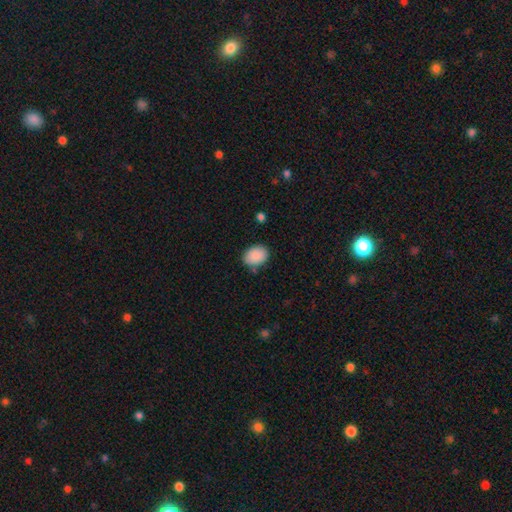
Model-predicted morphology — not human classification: This appears to be a smooth galaxy with no disk features (89%) that is in between round and cigar-shaped (69%). Merging: none (78%).